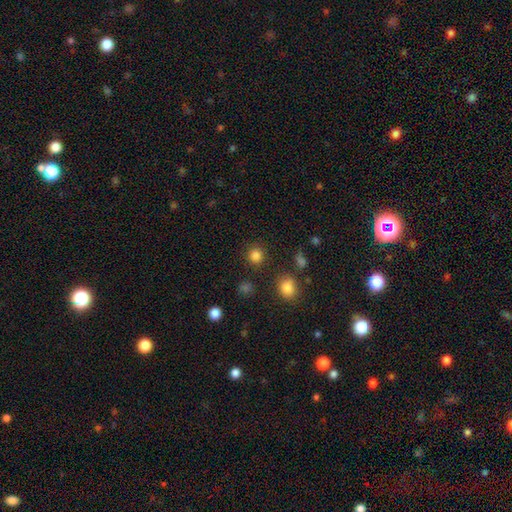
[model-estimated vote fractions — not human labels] smooth-or-featured: smooth: 83% | star or artifact: 13% | featured or disk: 4%
  how-rounded: round: 91% | in between: 8% | cigar-shaped: 1%
  merging: none: 89% | minor disturbance: 6% | major disturbance: 3% | merger: 3%